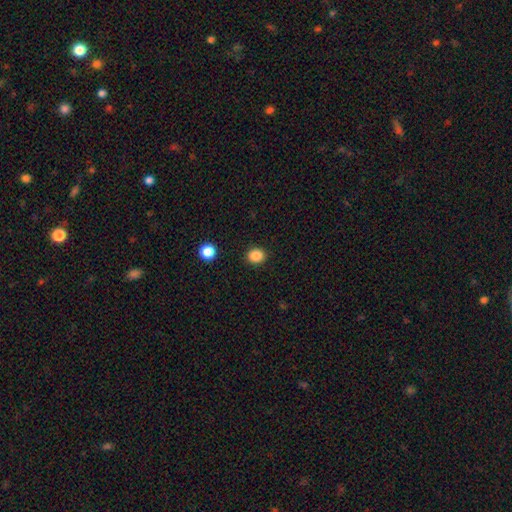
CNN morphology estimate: Smooth or featured?
  - smooth: 86% *
  - star or artifact: 11%
  - featured or disk: 3%
How rounded?
  - round: 72% *
  - in between: 27%
  - cigar-shaped: 1%
Merging?
  - none: 90% *
  - minor disturbance: 6%
  - major disturbance: 2%
  - merger: 1%